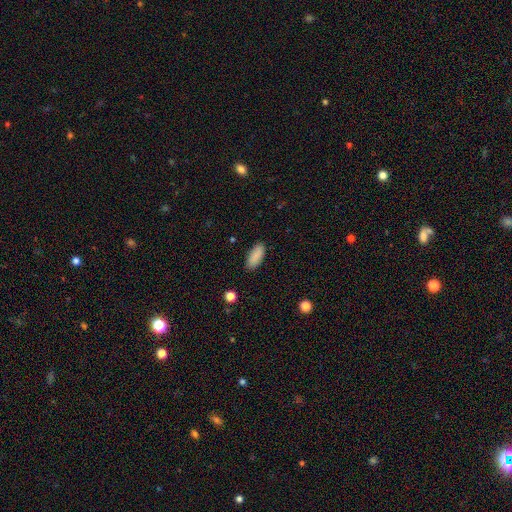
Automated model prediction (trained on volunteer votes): Smooth or featured? Predicted: smooth (p=0.89). How rounded? Predicted: in between (p=0.82). Merging? Predicted: none (p=0.88).